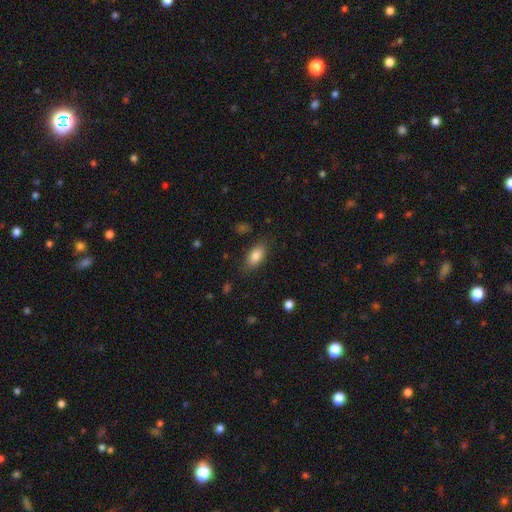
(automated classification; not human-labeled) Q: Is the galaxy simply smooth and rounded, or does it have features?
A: smooth — 83%.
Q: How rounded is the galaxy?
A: in between — 87%.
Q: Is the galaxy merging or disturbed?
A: none — 83%.